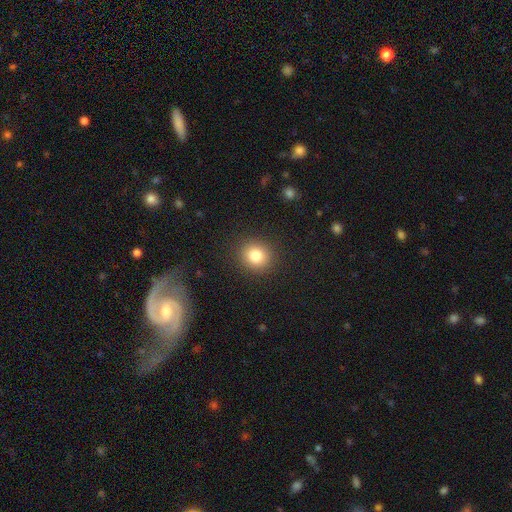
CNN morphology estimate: Smooth or featured? smooth (82%)
How rounded? round (84%)
Merging? none (89%)